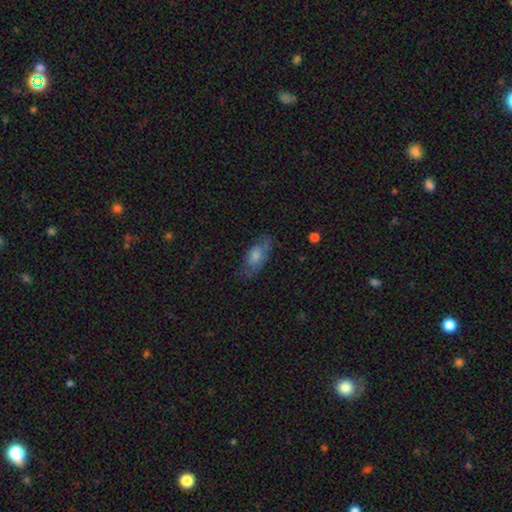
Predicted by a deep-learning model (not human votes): Morphology: type=smooth (58%); roundness=in between (78%); merging=none (70%).